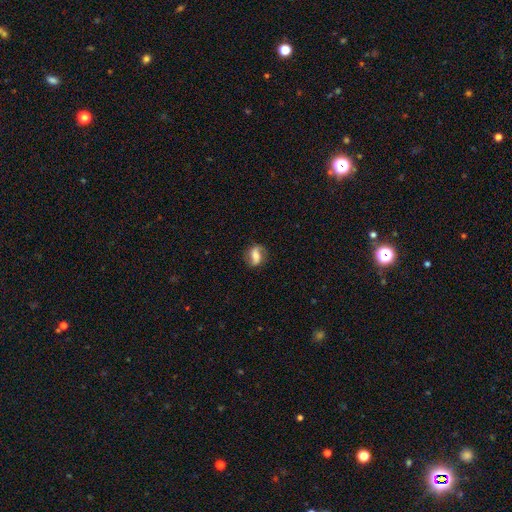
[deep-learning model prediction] A featured or disk galaxy (54%) with a strong bar (39%), spiral arms (84%) and a moderate central bulge (41%).

Vote fractions:
- Smooth or featured? featured or disk: 54% / smooth: 38% / star or artifact: 9%
- Edge-on disk? no: 93% / yes: 7%
- Bar? strong: 39% / weak: 35% / no: 26%
- Spiral arms? yes: 84% / no: 16%
- Bulge size? moderate: 41% / large: 24% / small: 23% / none: 9% / dominant: 5%
- Merging? none: 78% / minor disturbance: 15% / major disturbance: 6% / merger: 1%